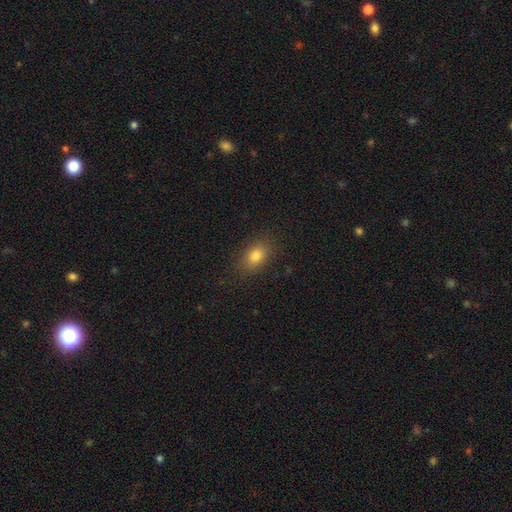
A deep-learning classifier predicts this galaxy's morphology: A smooth galaxy with no disk features (80%) that is in between round and cigar-shaped (76%).

Vote fractions:
- Smooth or featured? smooth: 80% / star or artifact: 11% / featured or disk: 8%
- How rounded? in between: 76% / round: 22% / cigar-shaped: 2%
- Merging? none: 86% / minor disturbance: 10% / major disturbance: 3% / merger: 1%